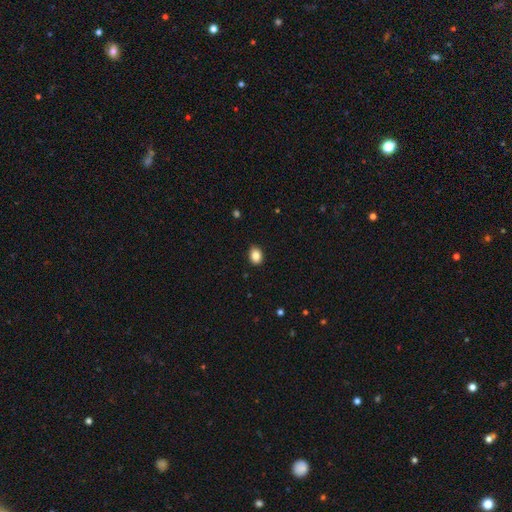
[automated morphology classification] A smooth galaxy with no disk features (87%) that is in between round and cigar-shaped (67%). Merging: none (88%).